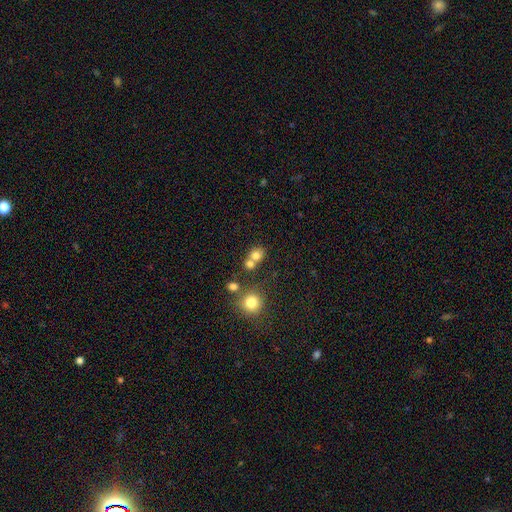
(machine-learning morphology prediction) This is likely a smooth galaxy (75%). How rounded: likely round (73%). Merging: possibly none (47%).